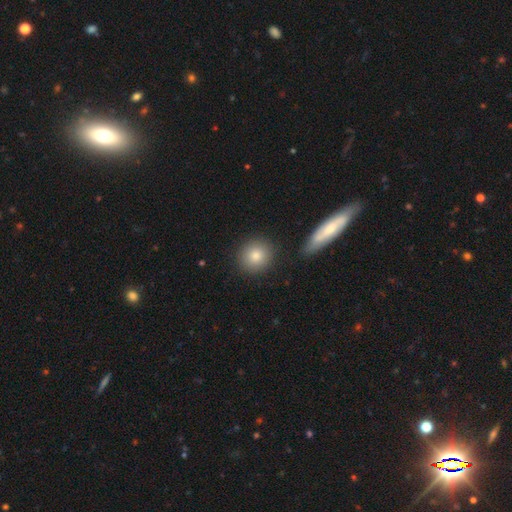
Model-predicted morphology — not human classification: A smooth galaxy with no disk features (83%) that is round (88%). Merging: none (85%).